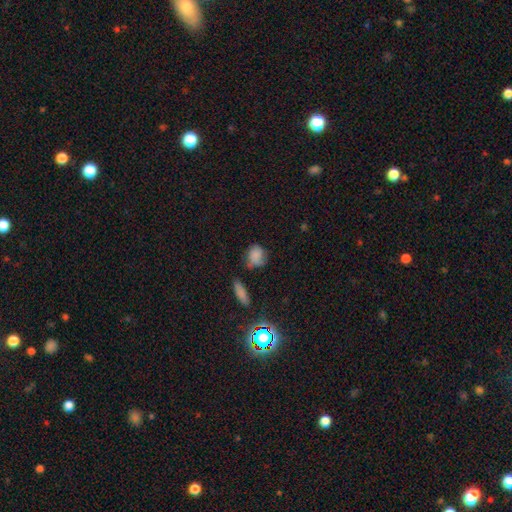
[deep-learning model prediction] A smooth galaxy with no disk features (79%) that is round (54%).

Vote fractions:
- Smooth or featured? smooth: 79% / star or artifact: 12% / featured or disk: 8%
- How rounded? round: 54% / in between: 44% / cigar-shaped: 2%
- Merging? none: 54% / minor disturbance: 29% / major disturbance: 9% / merger: 8%